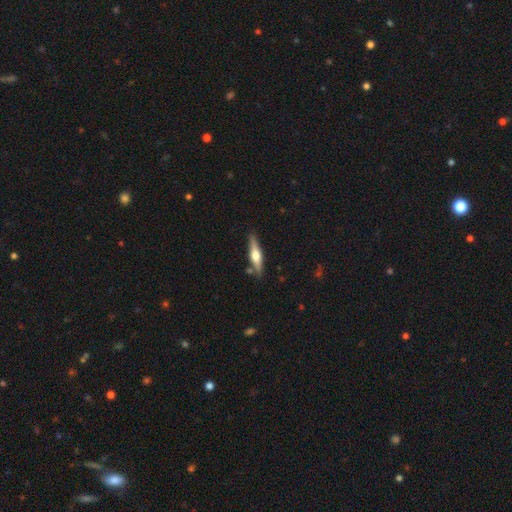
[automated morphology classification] Smooth or featured: featured or disk — 60% (smooth — 35%)
Edge-on disk: yes — 96% (no — 4%)
Edge-on bulge: rounded — 92% (boxy — 5%)
Merging: none — 84% (minor disturbance — 10%)